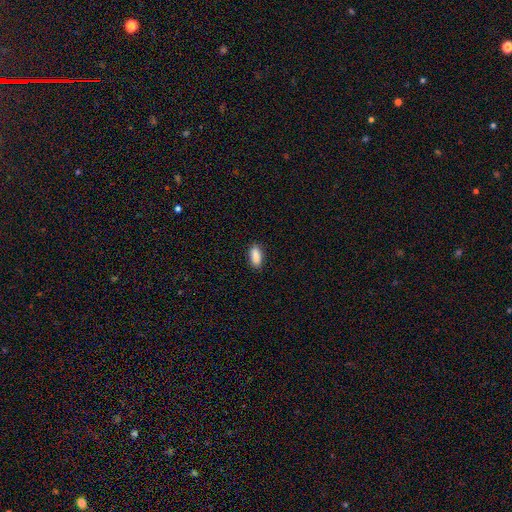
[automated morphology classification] smooth 90%, star or artifact 7%, featured or disk 4%. Down the decision tree: how rounded — in between (83%); merging — none (87%).